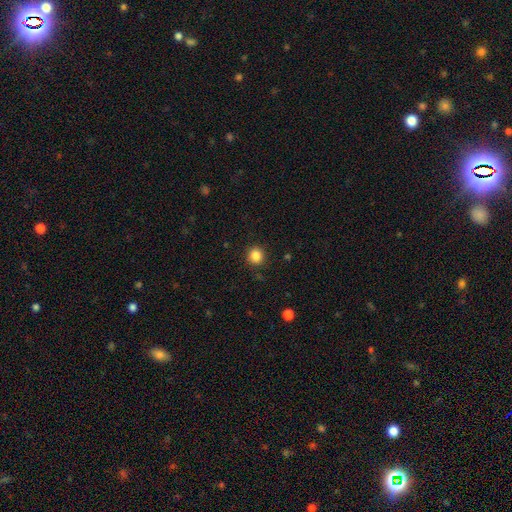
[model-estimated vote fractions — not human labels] The model was most divided on "smooth or featured": smooth: 85%, star or artifact: 11%, featured or disk: 4%. More confident: how rounded — round (91%); merging — none (90%).